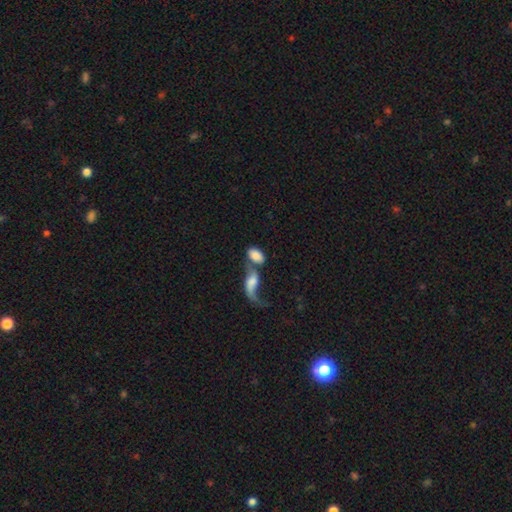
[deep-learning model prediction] smooth_or_featured: smooth (p=0.72) [alt: featured or disk p=0.21]
how_rounded: in between (p=0.90) [alt: round p=0.06]
merging: merger (p=0.61) [alt: none p=0.19]